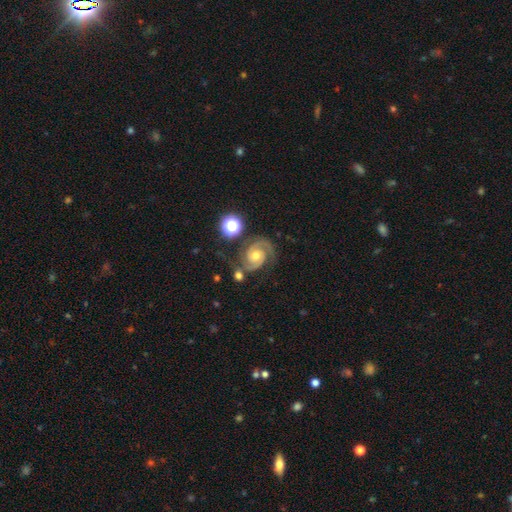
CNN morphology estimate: The model was most divided on "spiral winding": tight: 50%, medium: 43%, loose: 7%. More confident: spiral arms — yes (98%); edge-on disk — no (98%); spiral arm count — 2 (92%); smooth or featured — featured or disk (89%); bar — no (72%); merging — none (71%); bulge size — moderate (67%).